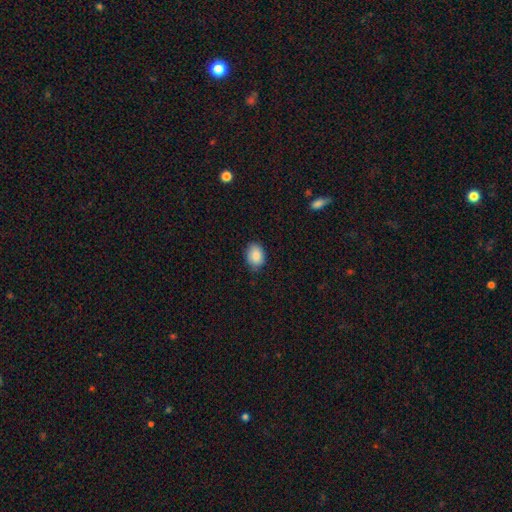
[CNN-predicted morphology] The model was most divided on "how rounded": in between: 73%, round: 26%, cigar-shaped: 1%. More confident: smooth or featured — smooth (87%); merging — none (80%).